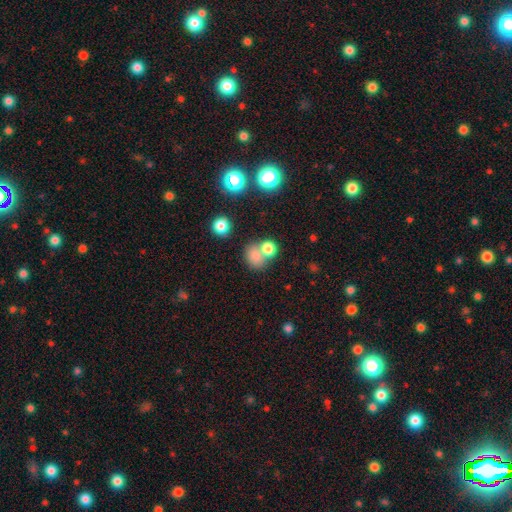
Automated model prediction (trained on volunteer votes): Smooth or featured: smooth — 75% (star or artifact — 16%)
How rounded: round — 59% (in between — 40%)
Merging: none — 44% (merger — 40%)